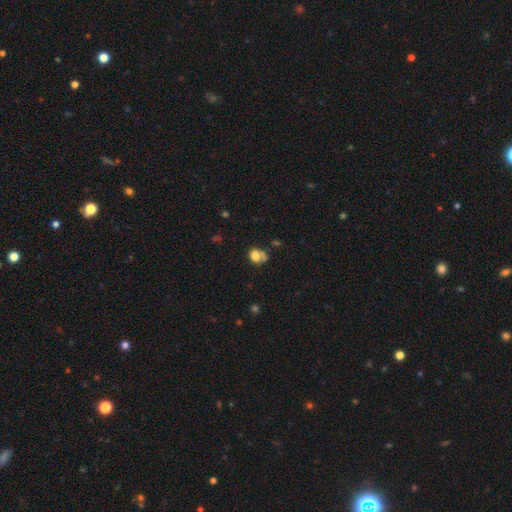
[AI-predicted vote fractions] This appears to be a smooth galaxy with no disk features (73%) that is round (51%). Merging: none (38%).